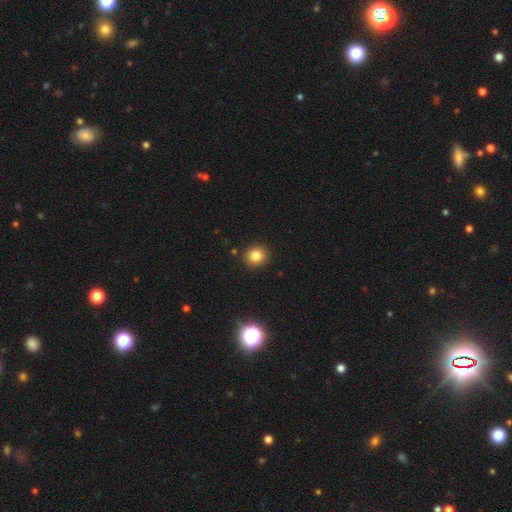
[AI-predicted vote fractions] This appears to be a smooth galaxy with no disk features (82%) that is round (87%). Merging: none (90%).